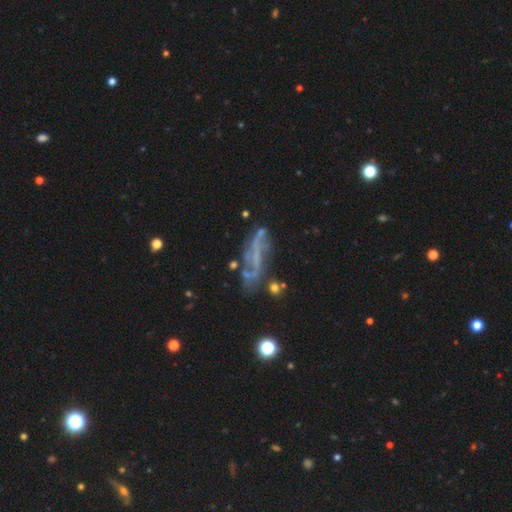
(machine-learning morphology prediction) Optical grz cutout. It shows a featured or disk galaxy (68%) with no bar (42%), spiral arms (66%) and no central bulge (70%). Merging: none (55%).